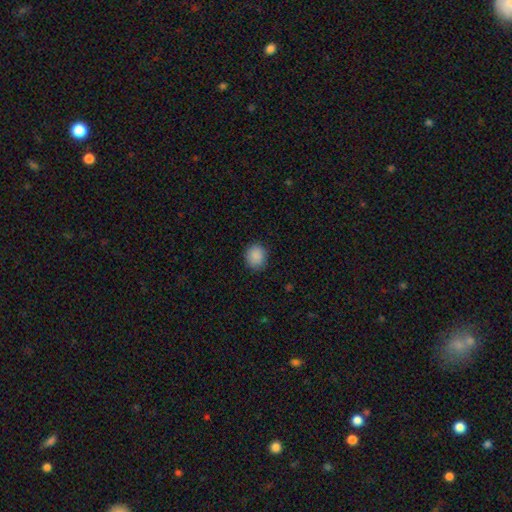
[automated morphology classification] smooth_or_featured: smooth (p=0.88) [alt: star or artifact p=0.09]
how_rounded: round (p=0.69) [alt: in between p=0.30]
merging: none (p=0.86) [alt: minor disturbance p=0.11]